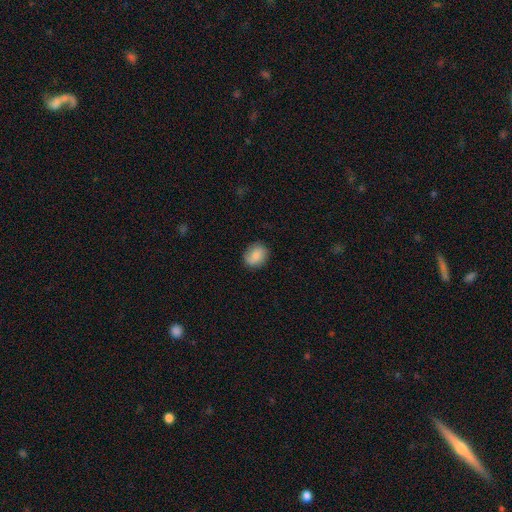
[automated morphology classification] Smooth or featured?
  - smooth: 80% *
  - featured or disk: 12%
  - star or artifact: 8%
How rounded?
  - round: 58% *
  - in between: 41%
  - cigar-shaped: 1%
Merging?
  - none: 80% *
  - minor disturbance: 15%
  - major disturbance: 4%
  - merger: 1%